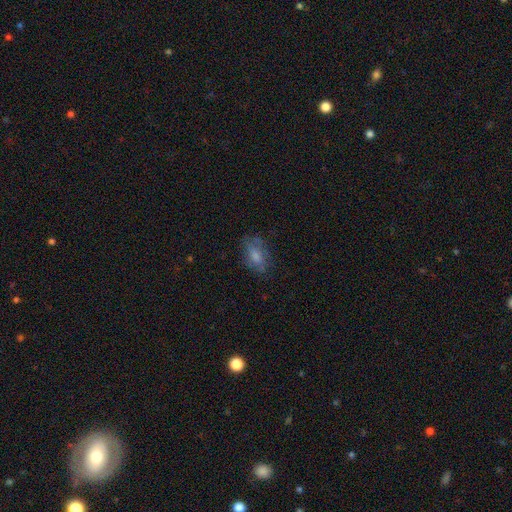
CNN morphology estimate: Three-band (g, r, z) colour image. It shows a smooth galaxy with no disk features (53%) that is in between round and cigar-shaped (82%). Merging: none (70%).